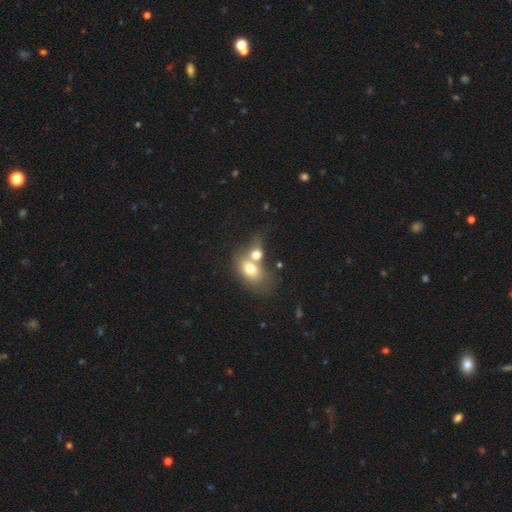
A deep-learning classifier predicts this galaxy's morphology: This appears to be a smooth galaxy with no disk features (71%) that is in between round and cigar-shaped (67%). Merging: merger (67%).